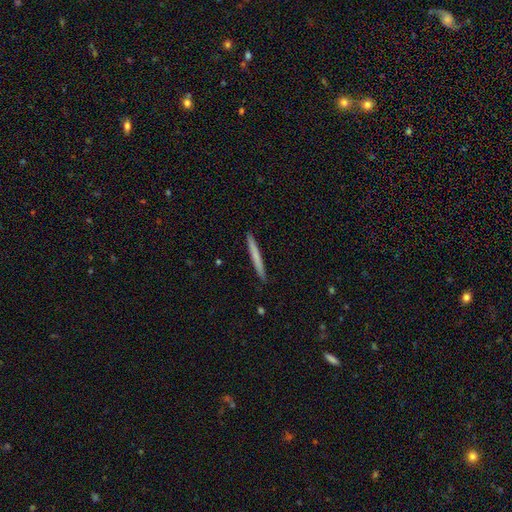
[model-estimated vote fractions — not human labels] This appears to be a smooth galaxy with no disk features (65%) that is cigar-shaped (97%). Merging: none (92%).